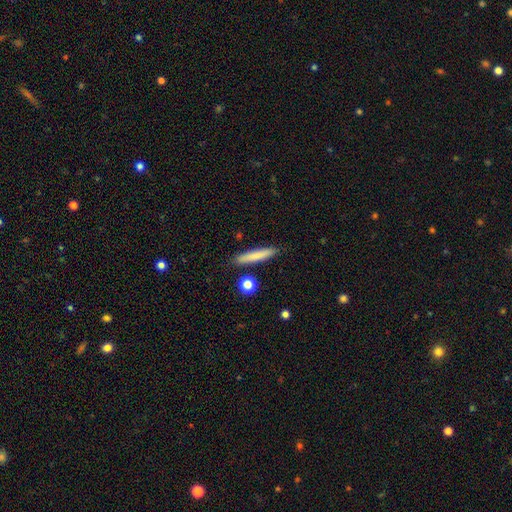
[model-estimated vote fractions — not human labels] The model was most divided on "smooth or featured": smooth: 78%, featured or disk: 15%, star or artifact: 6%. More confident: how rounded — cigar-shaped (91%); merging — none (88%).